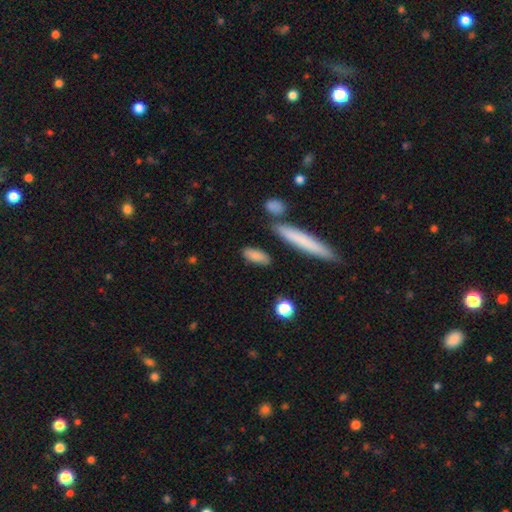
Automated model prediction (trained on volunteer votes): smooth-or-featured: smooth: 83% | featured or disk: 10% | star or artifact: 7%
  how-rounded: in between: 68% | cigar-shaped: 28% | round: 4%
  merging: none: 77% | minor disturbance: 14% | merger: 6% | major disturbance: 4%